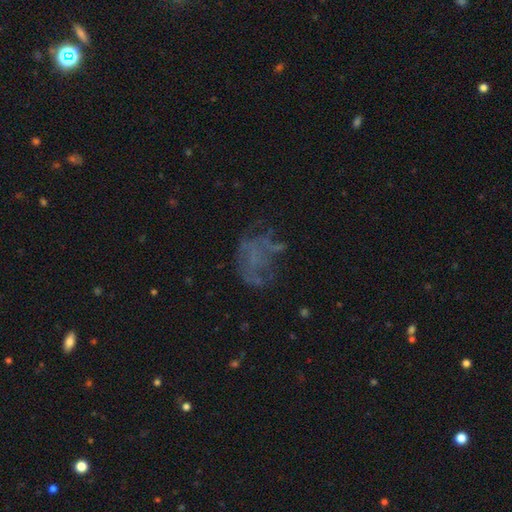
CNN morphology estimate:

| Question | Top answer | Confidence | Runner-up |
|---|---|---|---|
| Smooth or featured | featured or disk | 50% | smooth (26%) |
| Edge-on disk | no | 98% | yes (2%) |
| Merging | none | 45% | major disturbance (32%) |